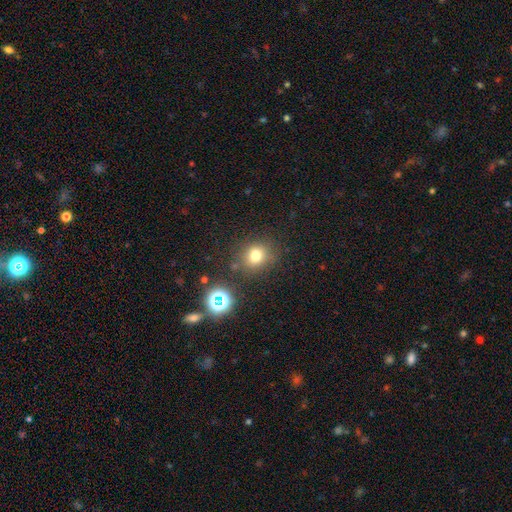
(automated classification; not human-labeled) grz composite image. It shows a smooth galaxy with no disk features (74%) that is round (70%). Merging: none (76%).